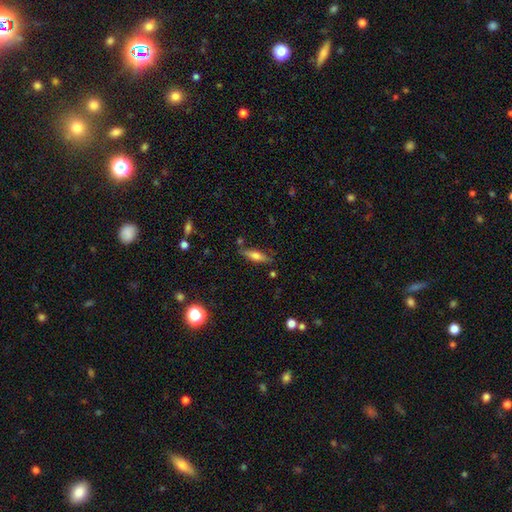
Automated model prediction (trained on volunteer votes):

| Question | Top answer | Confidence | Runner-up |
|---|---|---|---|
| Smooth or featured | smooth | 55% | featured or disk (37%) |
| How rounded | cigar-shaped | 57% | in between (40%) |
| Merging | none | 75% | minor disturbance (16%) |